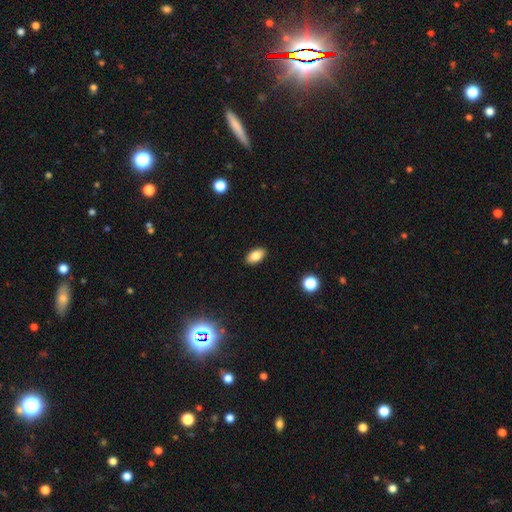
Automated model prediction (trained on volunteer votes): smooth_or_featured: smooth (p=0.86) [alt: star or artifact p=0.09]
how_rounded: in between (p=0.92) [alt: round p=0.06]
merging: none (p=0.89) [alt: minor disturbance p=0.08]